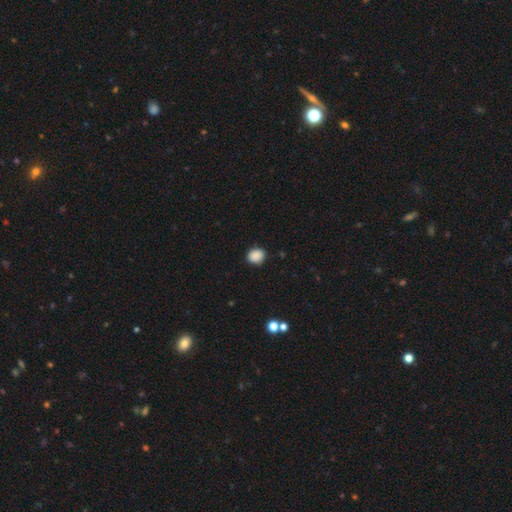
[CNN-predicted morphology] Smooth or featured? smooth (88%)
How rounded? round (61%)
Merging? none (86%)